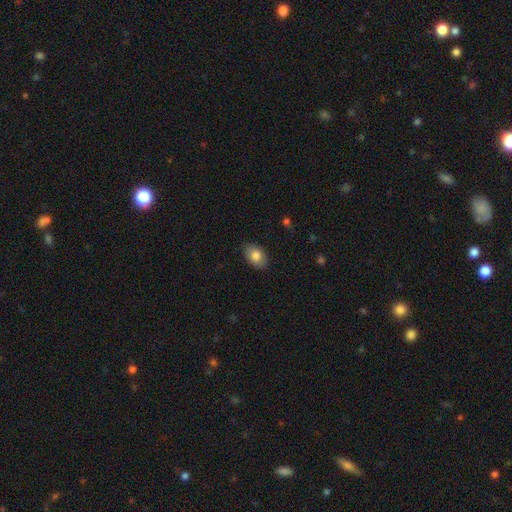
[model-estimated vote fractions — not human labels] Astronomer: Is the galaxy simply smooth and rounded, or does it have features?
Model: smooth — 82%.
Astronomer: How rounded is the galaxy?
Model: in between — 86%.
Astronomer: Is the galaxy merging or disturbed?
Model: none — 84%.